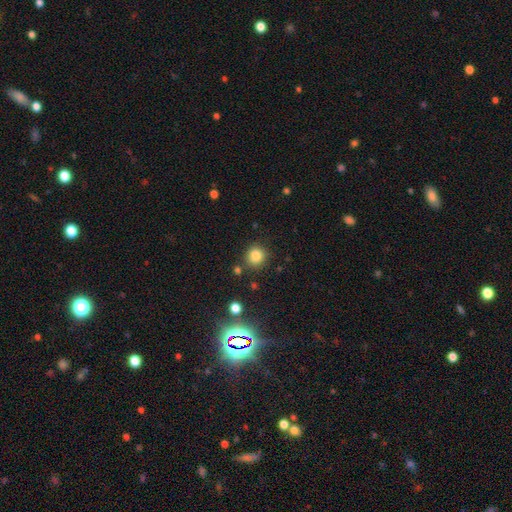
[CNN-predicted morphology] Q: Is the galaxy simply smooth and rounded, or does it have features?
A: smooth — 81%.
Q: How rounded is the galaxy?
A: round — 89%.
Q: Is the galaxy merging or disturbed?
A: none — 83%.